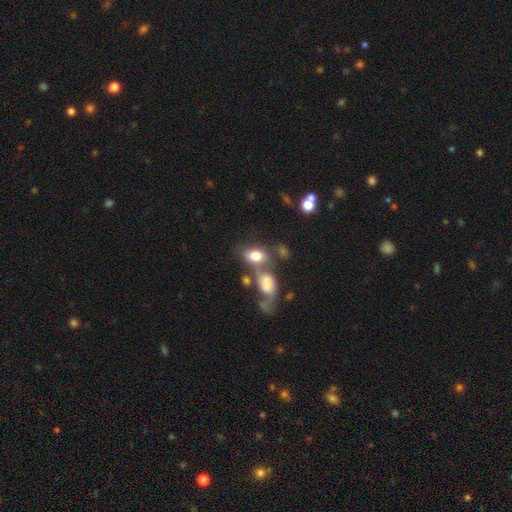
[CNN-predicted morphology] Overall: smooth (73%). How rounded: in between (84%). Merging: merger (47%; none 27%).